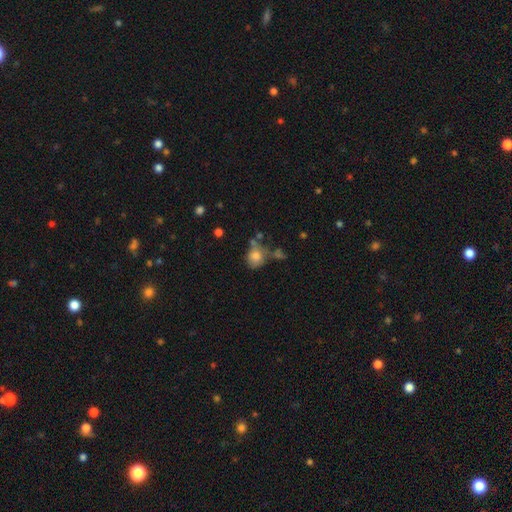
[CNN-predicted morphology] This appears to be a smooth galaxy with no disk features (74%) that is round (64%). Merging: none (40%).